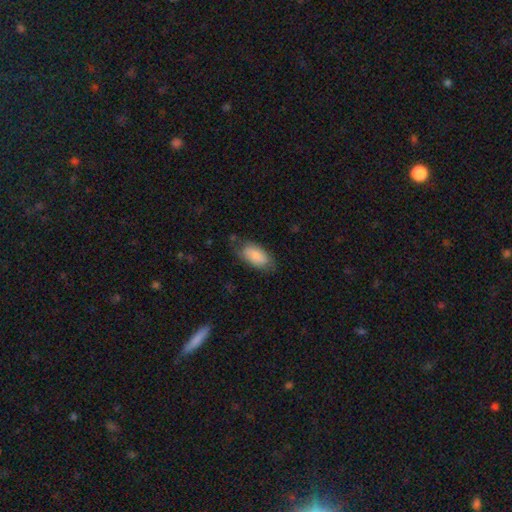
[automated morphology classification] Overall: smooth (82%). How rounded: in between (93%). Merging: none (66%).